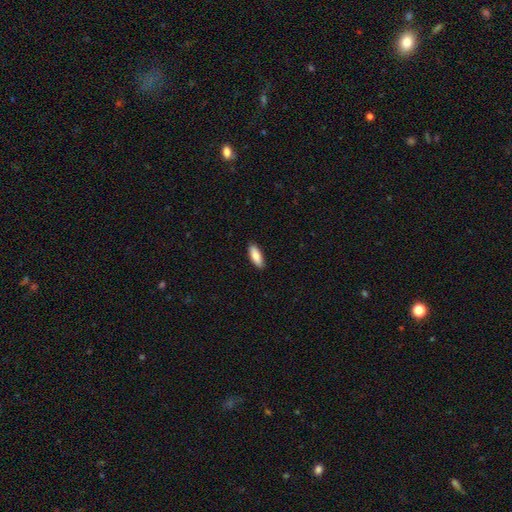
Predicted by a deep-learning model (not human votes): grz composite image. It shows a smooth galaxy with no disk features (85%) that is in between round and cigar-shaped (73%). Merging: none (89%).